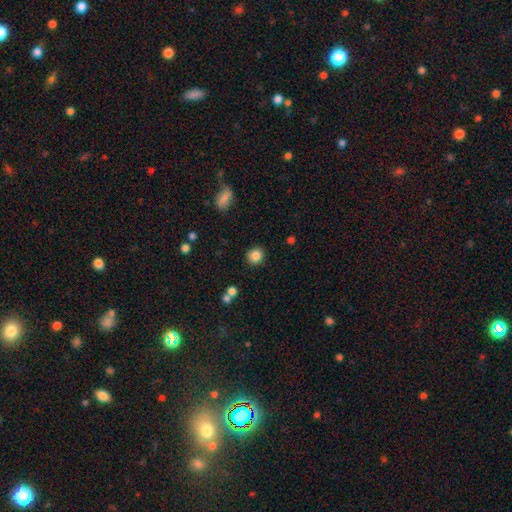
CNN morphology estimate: This appears to be a smooth galaxy with no disk features (85%) that is round (88%). Merging: none (89%).